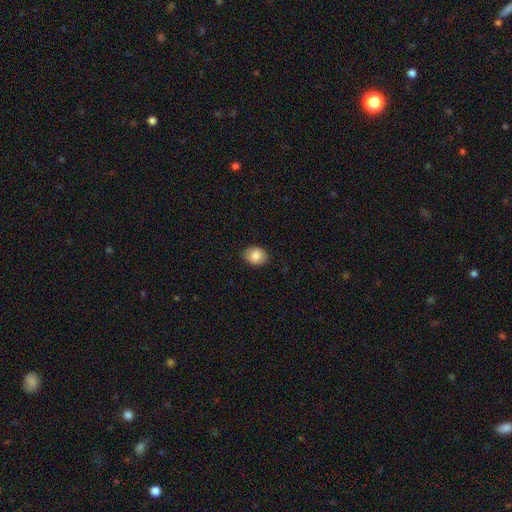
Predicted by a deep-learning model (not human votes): Overall: smooth (85%). How rounded: in between (56%; round 43%). Merging: none (83%).